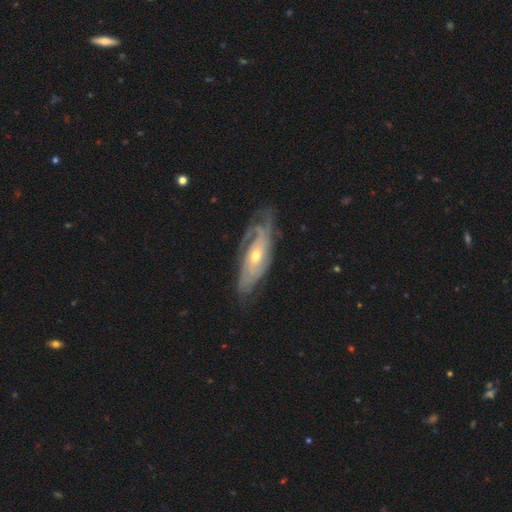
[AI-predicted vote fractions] Smooth or featured? Predicted: featured or disk (p=0.84). Edge-on disk? Predicted: no (p=0.86). Bar? Predicted: no (p=0.69). Spiral arms? Predicted: yes (p=0.93). Spiral winding? Predicted: tight (p=0.63). Spiral arm count? Predicted: can't tell (p=0.42). Bulge size? Predicted: moderate (p=0.52). Merging? Predicted: none (p=0.68).